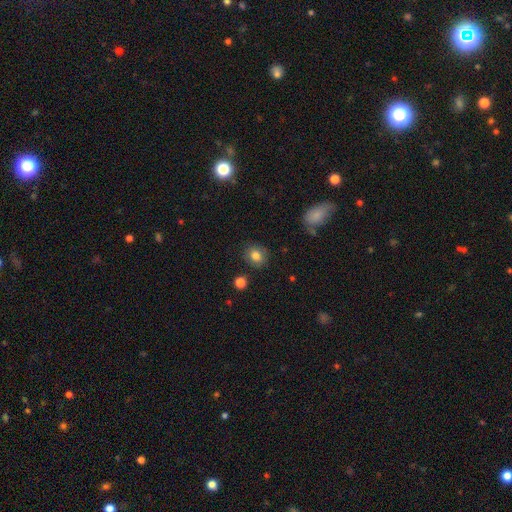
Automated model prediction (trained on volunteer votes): smooth 82%, star or artifact 10%, featured or disk 8%. Down the decision tree: how rounded — round (78%); merging — none (85%).